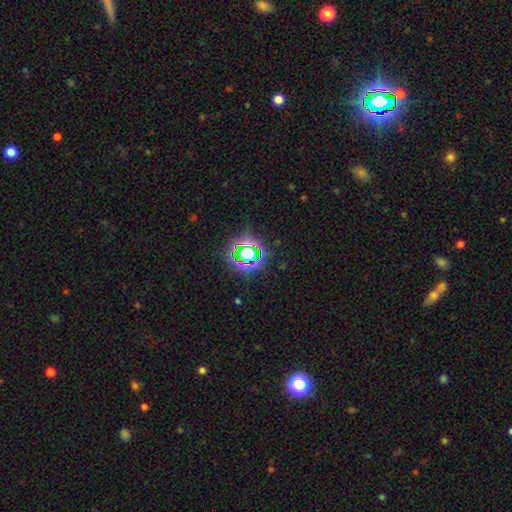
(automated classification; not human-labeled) Smooth or featured?
  - star or artifact: 77% *
  - smooth: 15%
  - featured or disk: 8%